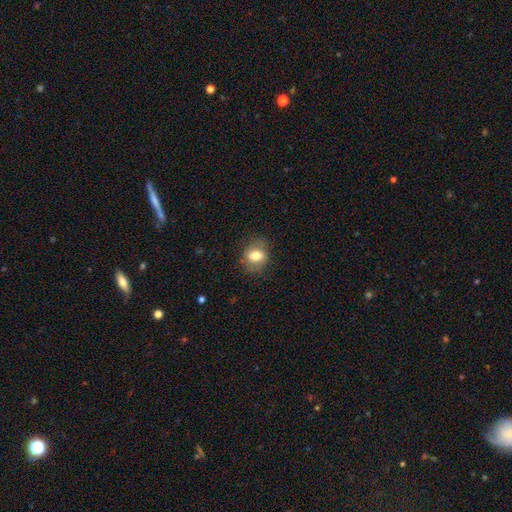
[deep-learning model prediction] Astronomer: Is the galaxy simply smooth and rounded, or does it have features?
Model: smooth — 73%.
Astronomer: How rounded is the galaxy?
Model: in between — 55% (runner-up: round, 44%).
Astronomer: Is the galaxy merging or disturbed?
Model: none — 80%.